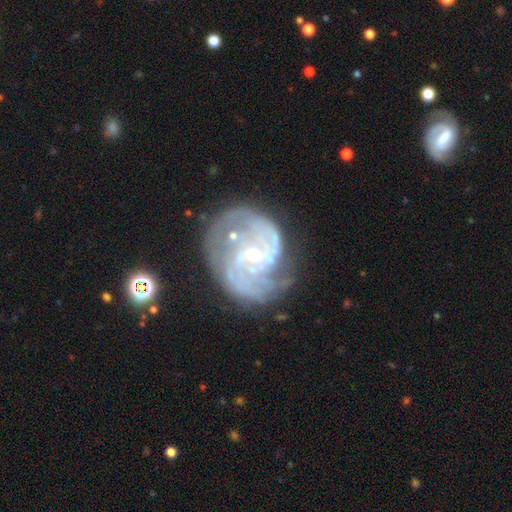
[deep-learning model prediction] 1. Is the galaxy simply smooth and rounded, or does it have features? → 86% featured or disk, 7% star or artifact, 7% smooth.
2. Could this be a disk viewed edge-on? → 98% no, 2% yes.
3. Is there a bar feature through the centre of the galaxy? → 54% no, 37% weak, 9% strong.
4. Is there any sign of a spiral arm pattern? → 94% yes, 6% no.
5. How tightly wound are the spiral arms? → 44% medium, 39% tight, 17% loose.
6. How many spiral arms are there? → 47% 2, 23% can't tell, 15% 3, 6% 4, 5% 1, 5% more than 4.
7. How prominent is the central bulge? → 69% small, 25% moderate, 3% none, 1% large, 1% dominant.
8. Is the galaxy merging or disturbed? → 59% none, 21% minor disturbance, 15% major disturbance, 5% merger.